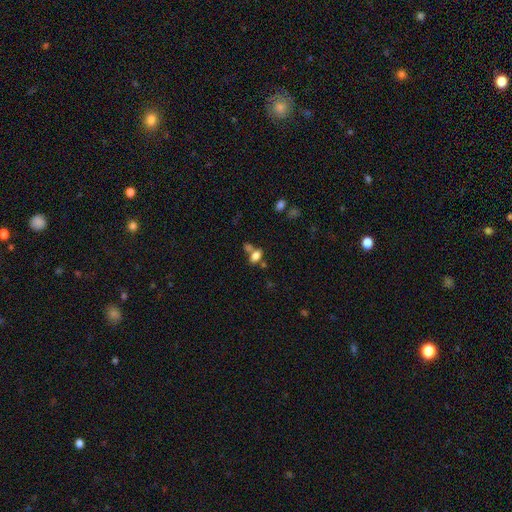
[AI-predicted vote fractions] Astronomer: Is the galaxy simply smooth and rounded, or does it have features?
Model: smooth — 77%.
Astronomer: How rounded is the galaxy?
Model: in between — 83%.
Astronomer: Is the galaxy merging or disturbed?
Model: none — 43% (runner-up: merger, 38%).